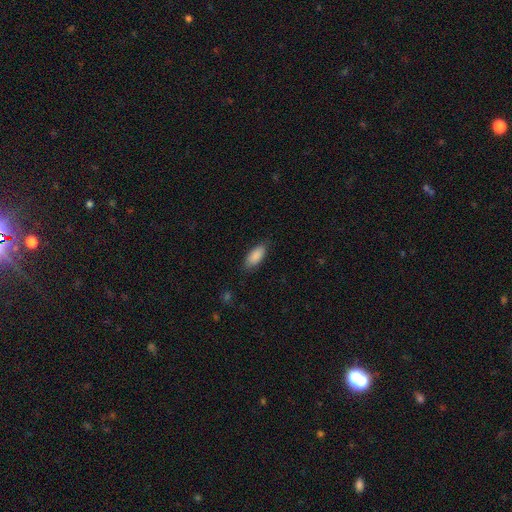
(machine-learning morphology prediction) The model was most divided on "merging": none: 84%, minor disturbance: 12%, major disturbance: 3%, merger: 1%. More confident: smooth or featured — smooth (89%); how rounded — in between (86%).